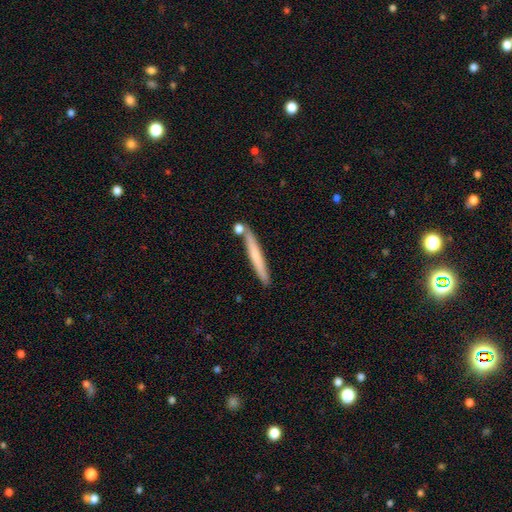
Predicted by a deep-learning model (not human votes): Smooth or featured?
  - smooth: 63% *
  - featured or disk: 31%
  - star or artifact: 6%
How rounded?
  - cigar-shaped: 96% *
  - in between: 3%
  - round: 1%
Merging?
  - none: 80% *
  - minor disturbance: 10%
  - merger: 7%
  - major disturbance: 2%